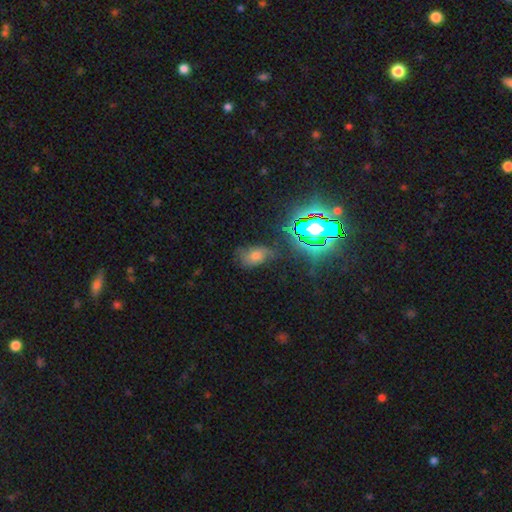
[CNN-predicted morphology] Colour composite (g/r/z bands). It shows a smooth galaxy with no disk features (45%). Merging: none (60%).